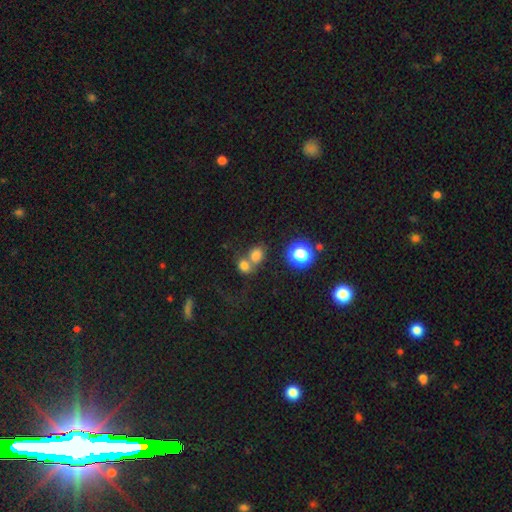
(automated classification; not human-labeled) smooth 73%, star or artifact 17%, featured or disk 9%. Down the decision tree: how rounded — round (65%); merging — merger (49%).